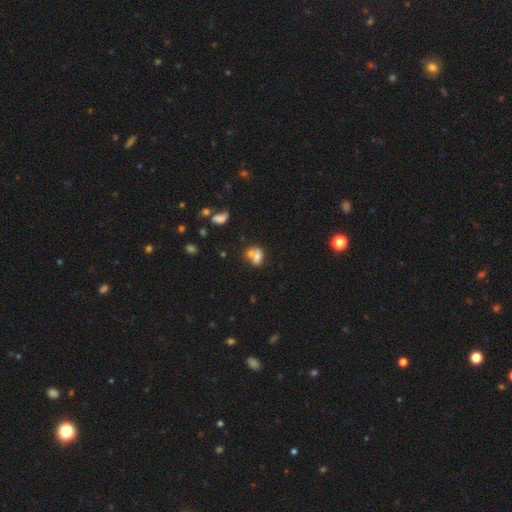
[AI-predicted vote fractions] A smooth galaxy with no disk features (65%) that is in between round and cigar-shaped (72%). Merging: merger (54%).